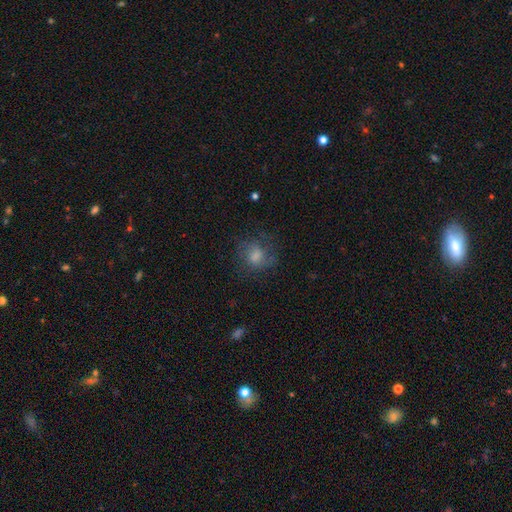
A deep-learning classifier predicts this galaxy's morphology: Smooth or featured? smooth (52%)
How rounded? round (72%)
Merging? none (67%)